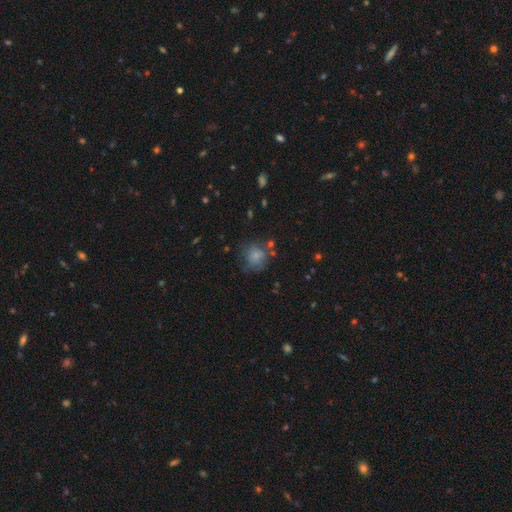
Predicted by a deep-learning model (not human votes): A smooth galaxy with no disk features (73%) that is round (81%). Merging: none (59%).